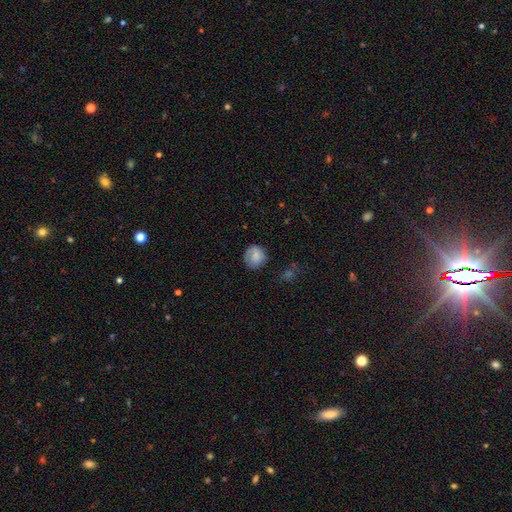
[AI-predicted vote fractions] Overall: smooth (74%). How rounded: round (86%). Merging: none (73%).